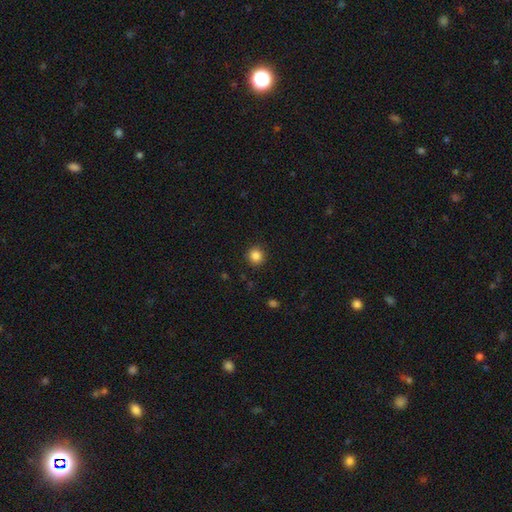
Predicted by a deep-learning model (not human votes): Overall: smooth (85%). How rounded: round (93%). Merging: none (91%).